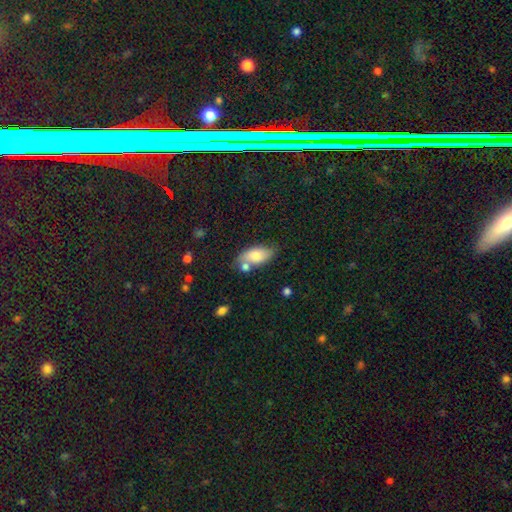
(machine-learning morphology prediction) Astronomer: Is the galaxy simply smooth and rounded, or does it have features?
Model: smooth — 75%.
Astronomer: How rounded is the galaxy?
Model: in between — 90%.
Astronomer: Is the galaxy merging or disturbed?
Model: none — 58%.